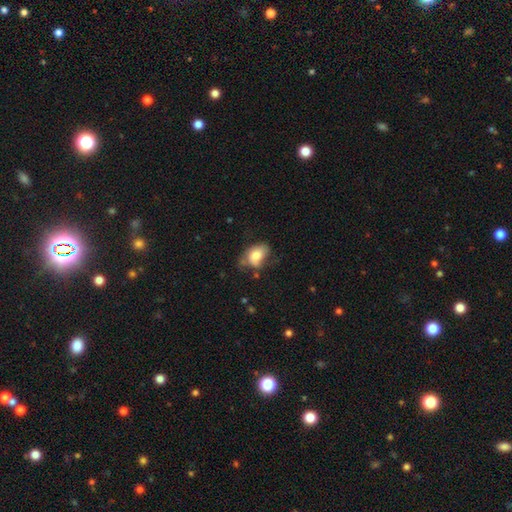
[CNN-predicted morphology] Smooth or featured? smooth (71%)
How rounded? in between (84%)
Merging? none (43%)